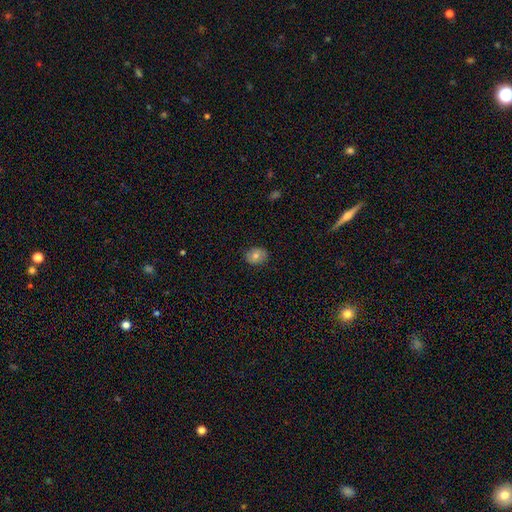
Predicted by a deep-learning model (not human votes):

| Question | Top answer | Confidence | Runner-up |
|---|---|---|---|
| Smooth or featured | smooth | 71% | featured or disk (19%) |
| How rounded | round | 58% | in between (41%) |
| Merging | none | 86% | minor disturbance (11%) |